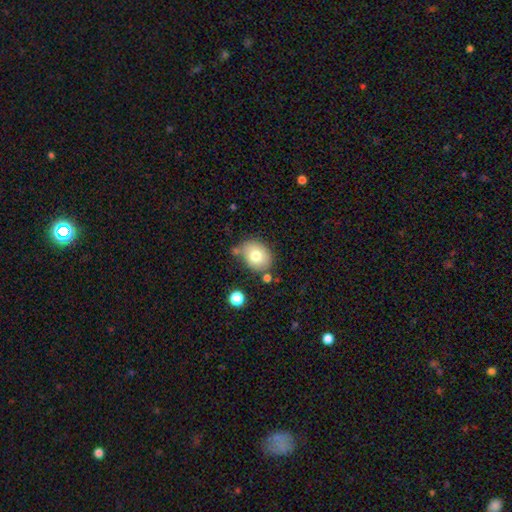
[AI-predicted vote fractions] A smooth galaxy with no disk features (75%) that is in between round and cigar-shaped (54%). Merging: none (68%).